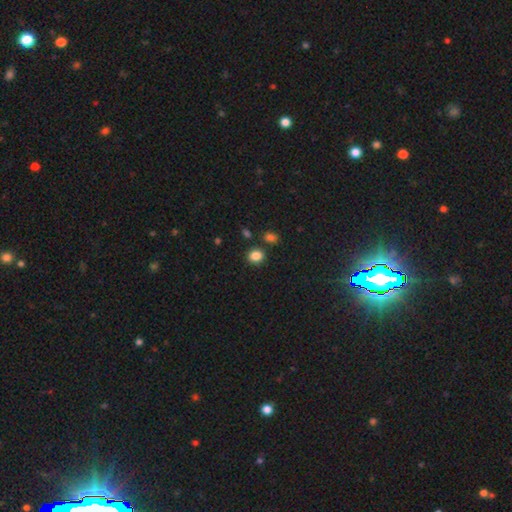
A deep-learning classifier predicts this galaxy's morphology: The model was most divided on "how rounded": round: 68%, in between: 31%, cigar-shaped: 1%. More confident: smooth or featured — smooth (84%); merging — none (82%).